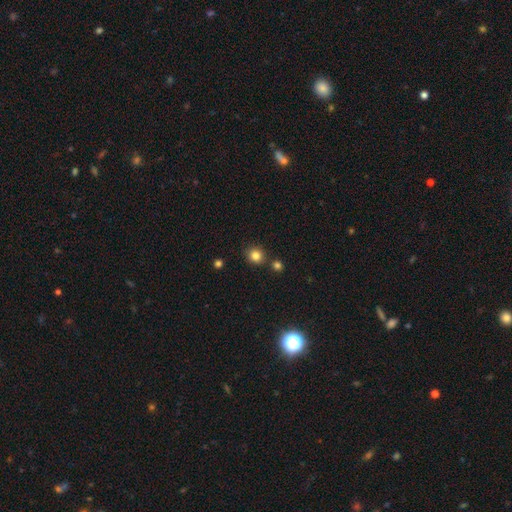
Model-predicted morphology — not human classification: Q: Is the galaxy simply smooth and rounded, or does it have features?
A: smooth — 83%.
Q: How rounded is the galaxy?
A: round — 87%.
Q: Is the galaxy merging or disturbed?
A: none — 80%.